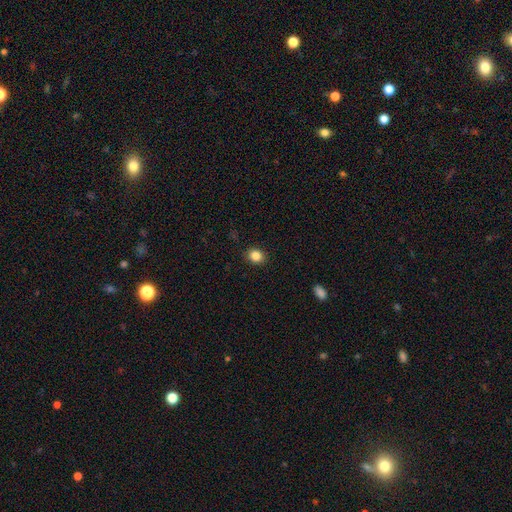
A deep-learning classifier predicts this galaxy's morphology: smooth 85%, star or artifact 11%, featured or disk 4%. Down the decision tree: how rounded — round (69%); merging — none (90%).